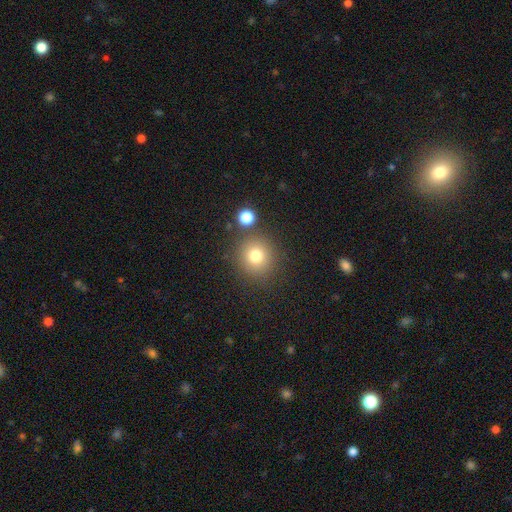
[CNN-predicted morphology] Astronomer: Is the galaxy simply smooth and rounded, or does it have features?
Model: smooth — 78%.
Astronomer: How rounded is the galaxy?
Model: round — 93%.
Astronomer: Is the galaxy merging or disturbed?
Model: none — 82%.